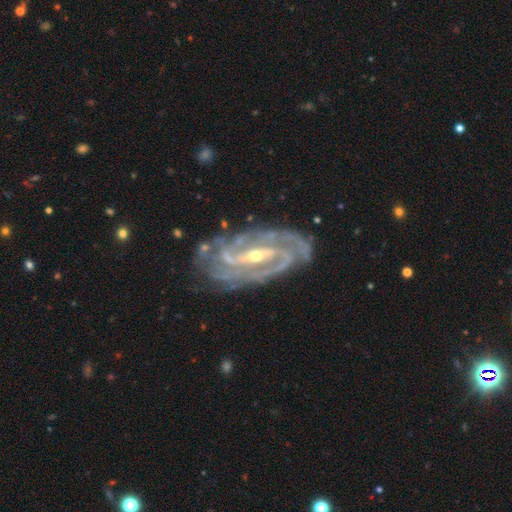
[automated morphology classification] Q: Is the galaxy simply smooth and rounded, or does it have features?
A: featured or disk — 92%.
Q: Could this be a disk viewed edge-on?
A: no — 95%.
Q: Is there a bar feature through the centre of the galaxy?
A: strong — 55%.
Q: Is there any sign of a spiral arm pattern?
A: yes — 98%.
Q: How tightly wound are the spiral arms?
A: tight — 67%.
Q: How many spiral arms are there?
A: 2 — 31%.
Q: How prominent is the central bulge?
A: small — 60%.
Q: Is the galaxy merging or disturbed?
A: none — 79%.